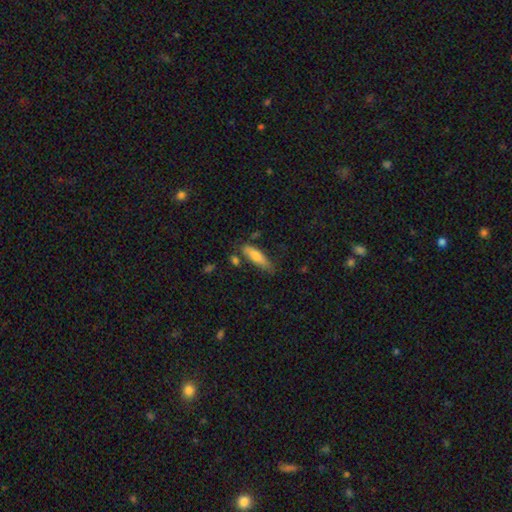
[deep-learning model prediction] The model was most divided on "how rounded": cigar-shaped: 55%, in between: 43%, round: 2%. More confident: smooth or featured — smooth (72%); merging — none (66%).